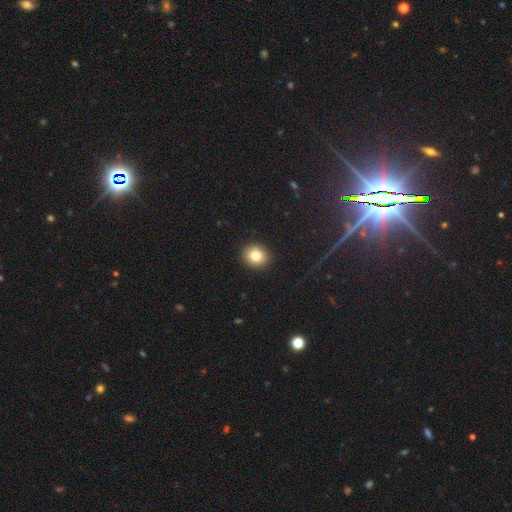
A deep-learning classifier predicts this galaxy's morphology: This appears to be a smooth galaxy with no disk features (81%) that is round (81%). Merging: none (92%).